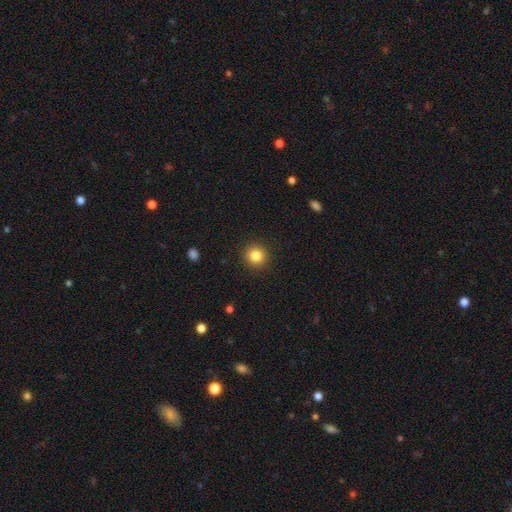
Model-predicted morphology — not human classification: A smooth galaxy with no disk features (84%) that is round (93%).

Vote fractions:
- Smooth or featured? smooth: 84% / star or artifact: 11% / featured or disk: 5%
- How rounded? round: 93% / in between: 6% / cigar-shaped: 1%
- Merging? none: 92% / minor disturbance: 5% / major disturbance: 2% / merger: 1%